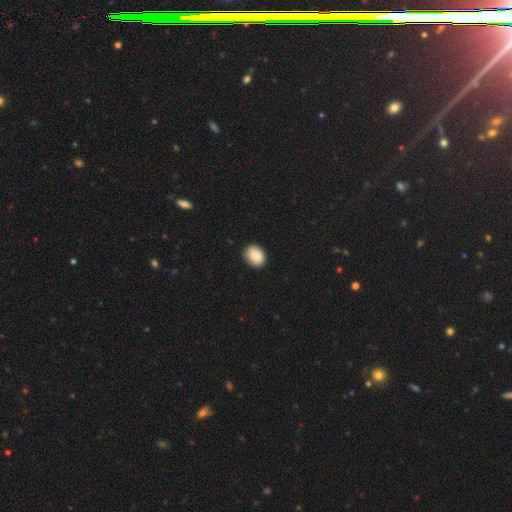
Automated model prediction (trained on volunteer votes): Q: Smooth or featured?
A: smooth (87%); runner-up: star or artifact (7%)
Q: How rounded?
A: in between (55%); runner-up: round (44%)
Q: Merging?
A: none (85%); runner-up: minor disturbance (12%)